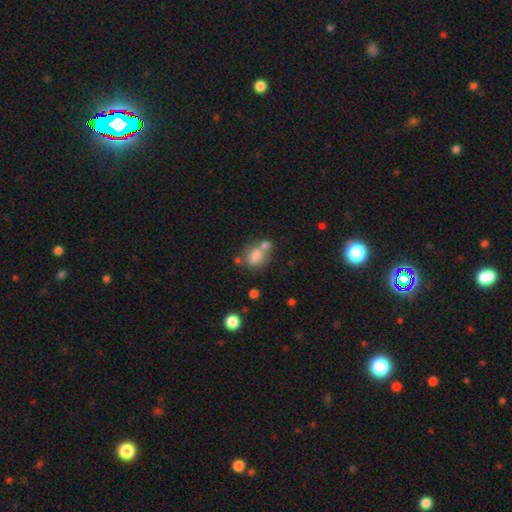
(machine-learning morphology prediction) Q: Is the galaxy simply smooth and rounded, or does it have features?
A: smooth — 78%.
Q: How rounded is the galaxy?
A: round — 58%.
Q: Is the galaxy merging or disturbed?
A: none — 44%.